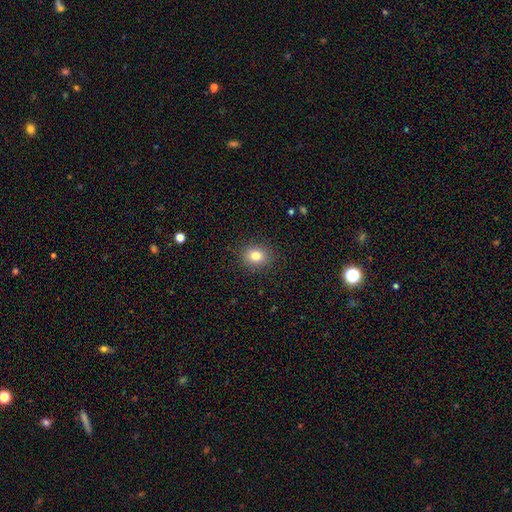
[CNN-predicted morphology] type=smooth (81%); roundness=round (63%); merging=none (88%).